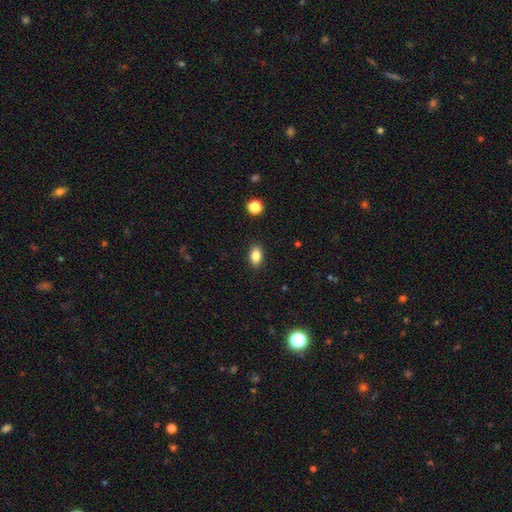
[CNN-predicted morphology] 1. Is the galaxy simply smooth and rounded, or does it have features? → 85% smooth, 9% star or artifact, 6% featured or disk.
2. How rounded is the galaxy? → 87% in between, 11% round, 2% cigar-shaped.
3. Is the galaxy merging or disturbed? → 89% none, 8% minor disturbance, 2% major disturbance, 1% merger.